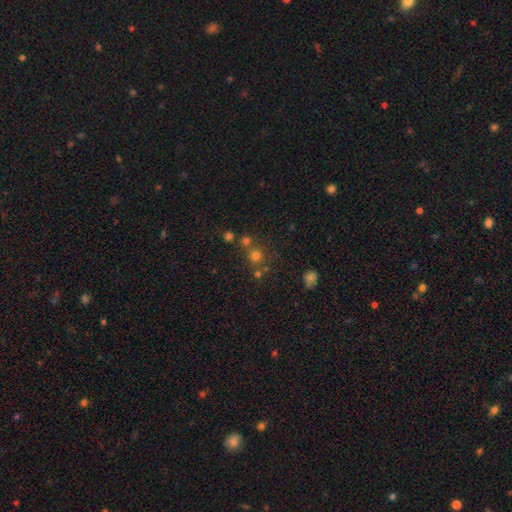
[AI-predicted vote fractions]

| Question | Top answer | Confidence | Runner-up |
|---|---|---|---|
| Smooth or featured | smooth | 67% | star or artifact (24%) |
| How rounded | round | 90% | in between (9%) |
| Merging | none | 63% | merger (25%) |